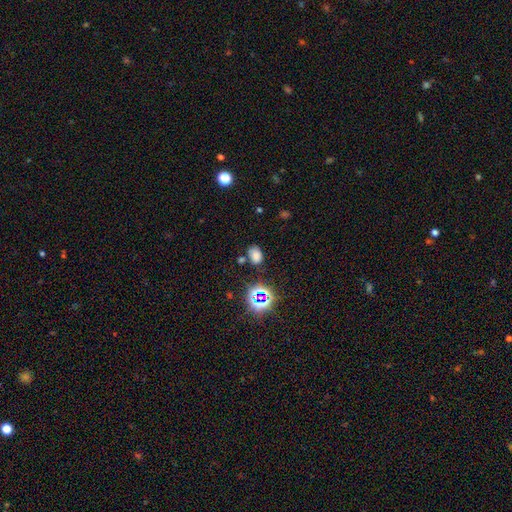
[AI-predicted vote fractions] Smooth or featured?
  - smooth: 68% *
  - star or artifact: 24%
  - featured or disk: 8%
How rounded?
  - in between: 78% *
  - round: 21%
  - cigar-shaped: 1%
Merging?
  - none: 73% *
  - minor disturbance: 16%
  - merger: 7%
  - major disturbance: 5%